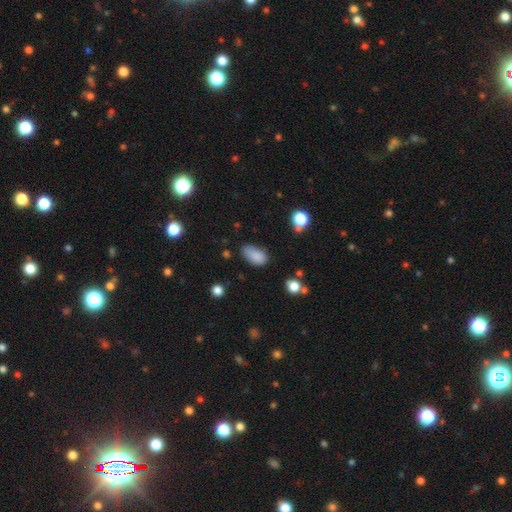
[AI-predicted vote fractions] Q: Smooth or featured?
A: smooth (84%); runner-up: star or artifact (10%)
Q: How rounded?
A: in between (92%); runner-up: round (6%)
Q: Merging?
A: none (58%); runner-up: minor disturbance (31%)